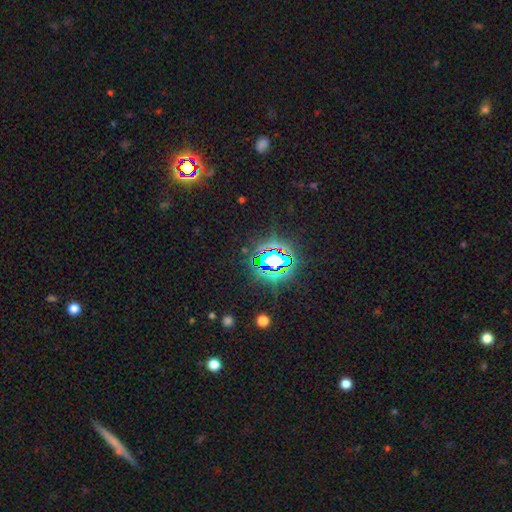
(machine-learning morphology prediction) A star or artifact, not a galaxy (83%).

Vote fractions:
- Smooth or featured? star or artifact: 83% / smooth: 10% / featured or disk: 7%